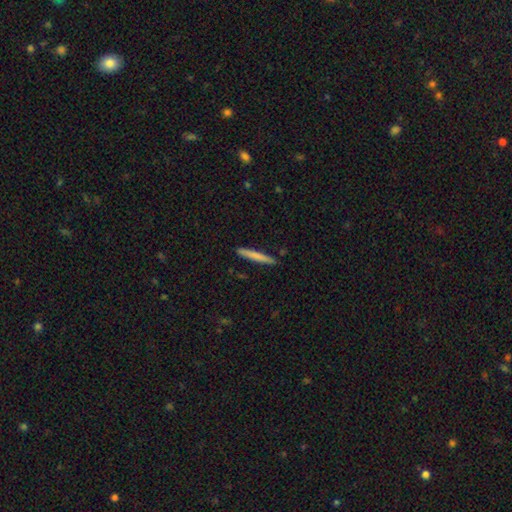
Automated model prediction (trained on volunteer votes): A smooth galaxy with no disk features (73%) that is cigar-shaped (96%).

Vote fractions:
- Smooth or featured? smooth: 73% / featured or disk: 21% / star or artifact: 6%
- How rounded? cigar-shaped: 96% / in between: 3% / round: 1%
- Merging? none: 89% / minor disturbance: 8% / merger: 2% / major disturbance: 2%